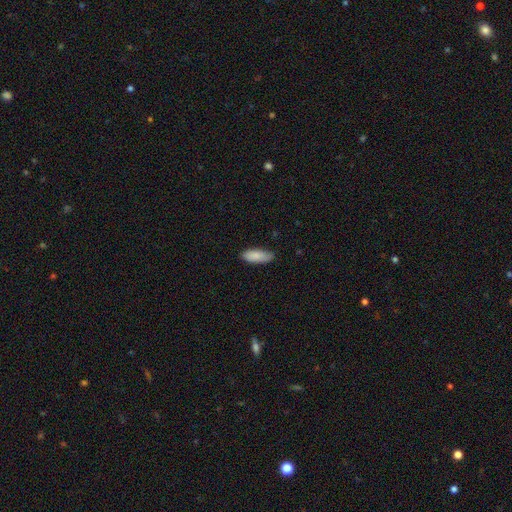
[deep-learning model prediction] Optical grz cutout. It shows a smooth galaxy with no disk features (88%) that is in between round and cigar-shaped (73%). Merging: none (83%).